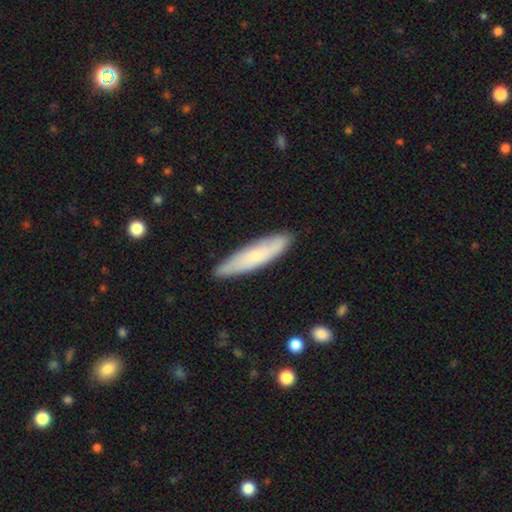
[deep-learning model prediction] Morphology: type=smooth (63%); roundness=cigar-shaped (78%); merging=none (85%).